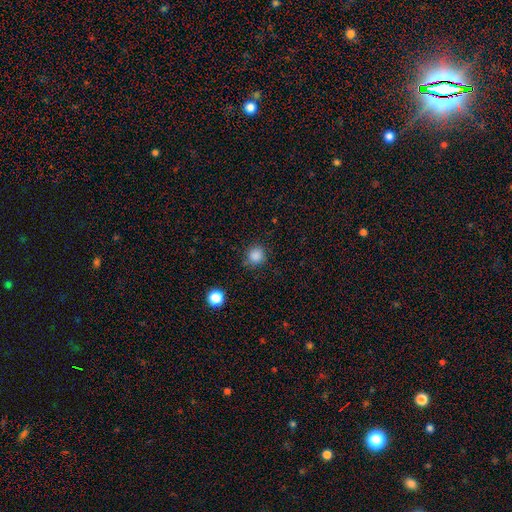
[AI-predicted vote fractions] Smooth or featured?
  - smooth: 85% *
  - star or artifact: 12%
  - featured or disk: 3%
How rounded?
  - round: 90% *
  - in between: 9%
  - cigar-shaped: 1%
Merging?
  - none: 82% *
  - minor disturbance: 13%
  - major disturbance: 4%
  - merger: 2%